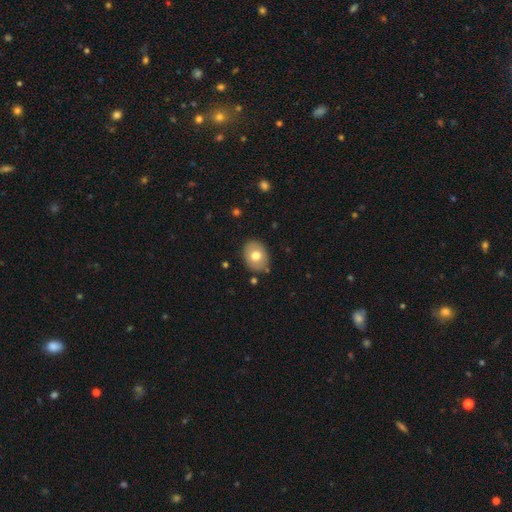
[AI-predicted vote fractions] This appears to be a smooth galaxy with no disk features (70%) that is in between round and cigar-shaped (65%). Merging: none (85%).